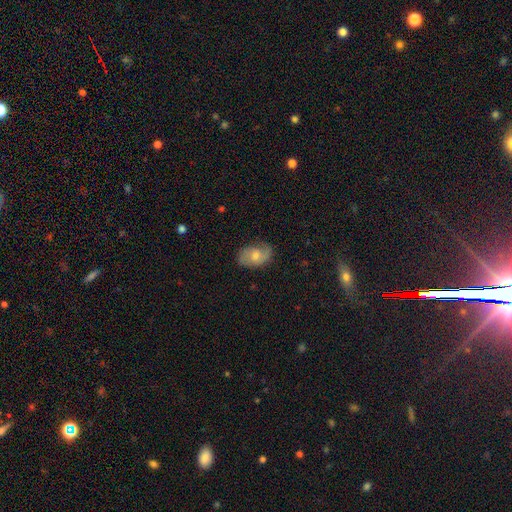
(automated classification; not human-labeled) The model was most divided on "smooth or featured": featured or disk: 53%, smooth: 40%, star or artifact: 7%. More confident: edge-on disk — no (96%); spiral arms — yes (85%); merging — none (69%); bar — no (63%); bulge size — moderate (57%).